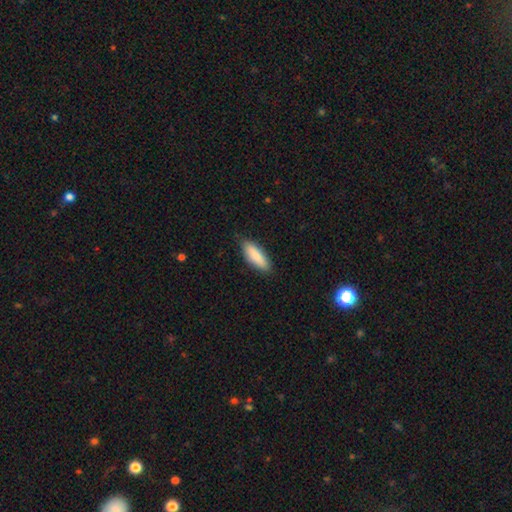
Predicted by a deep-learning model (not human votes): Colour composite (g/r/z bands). It shows a smooth galaxy with no disk features (87%) that is in between round and cigar-shaped (60%). Merging: none (84%).